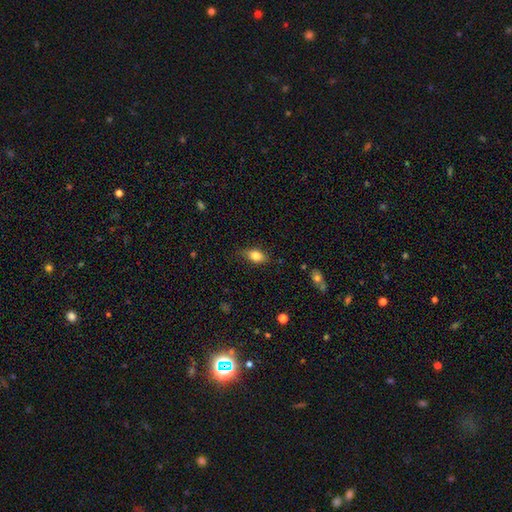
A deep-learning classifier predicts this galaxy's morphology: Smooth or featured? smooth (81%)
How rounded? in between (85%)
Merging? none (78%)